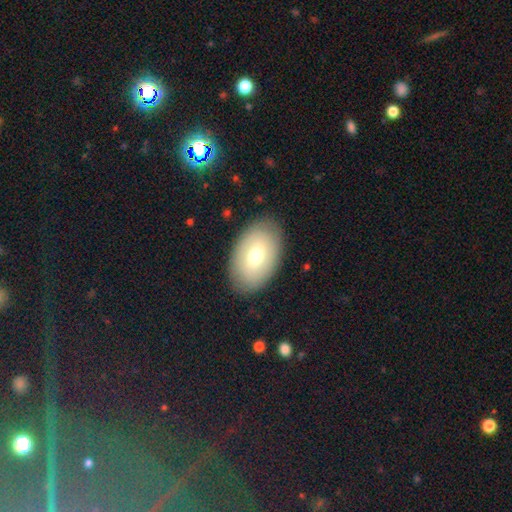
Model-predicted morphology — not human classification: smooth_or_featured: smooth (p=0.65) [alt: featured or disk p=0.28]
how_rounded: in between (p=0.91) [alt: round p=0.08]
merging: none (p=0.86) [alt: minor disturbance p=0.10]